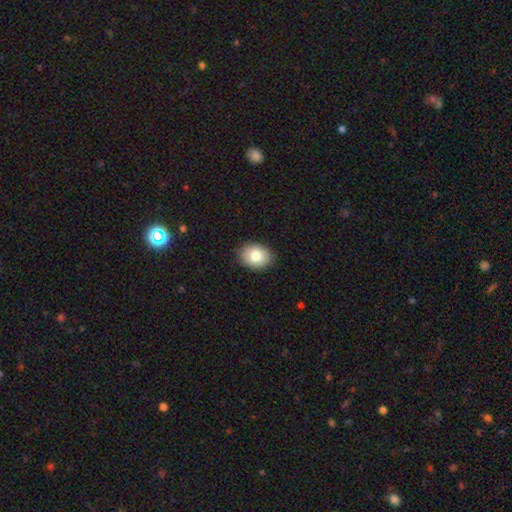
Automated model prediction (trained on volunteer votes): This appears to be a smooth galaxy with no disk features (83%) that is in between round and cigar-shaped (74%). Merging: none (87%).